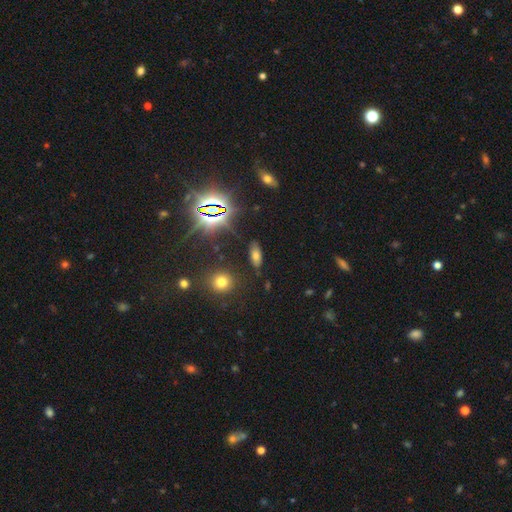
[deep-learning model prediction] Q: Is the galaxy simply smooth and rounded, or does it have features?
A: smooth — 56%.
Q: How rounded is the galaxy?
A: in between — 77%.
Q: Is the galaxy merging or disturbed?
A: none — 83%.